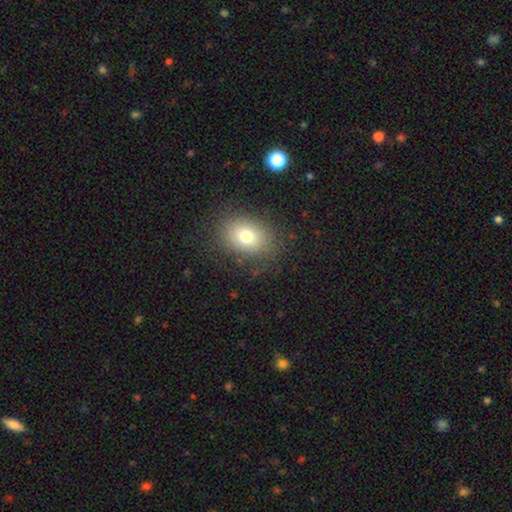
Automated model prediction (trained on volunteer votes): Q: Smooth or featured?
A: smooth (71%); runner-up: star or artifact (19%)
Q: How rounded?
A: in between (60%); runner-up: round (39%)
Q: Merging?
A: none (89%); runner-up: minor disturbance (7%)